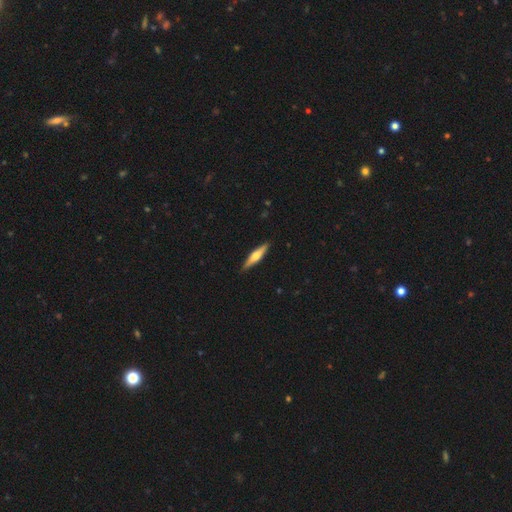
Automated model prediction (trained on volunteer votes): Overall: featured or disk (53%; smooth 42%). Edge-on disk: yes (95%). Merging: none (89%).